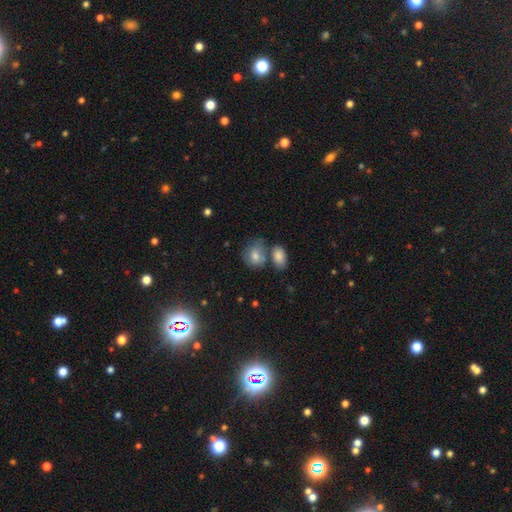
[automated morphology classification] Smooth or featured: smooth — 76% (featured or disk — 16%)
How rounded: in between — 50% (round — 48%)
Merging: none — 43% (merger — 31%)